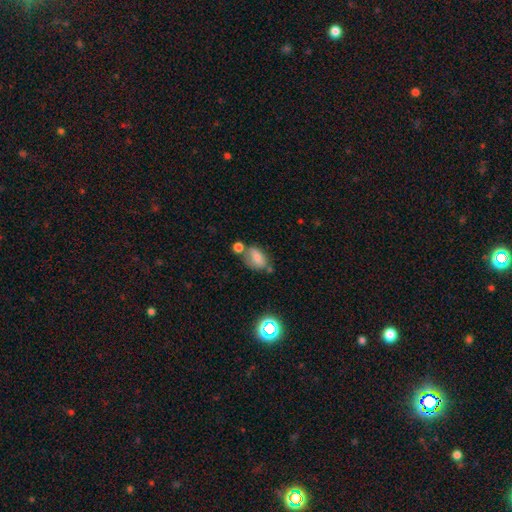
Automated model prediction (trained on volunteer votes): A smooth galaxy with no disk features (70%) that is in between round and cigar-shaped (80%). Merging: none (47%).